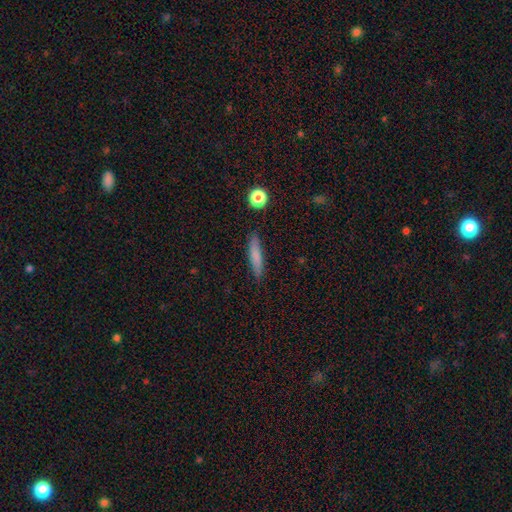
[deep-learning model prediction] Q: Smooth or featured?
A: smooth (75%); runner-up: featured or disk (17%)
Q: How rounded?
A: cigar-shaped (86%); runner-up: in between (12%)
Q: Merging?
A: none (85%); runner-up: minor disturbance (11%)